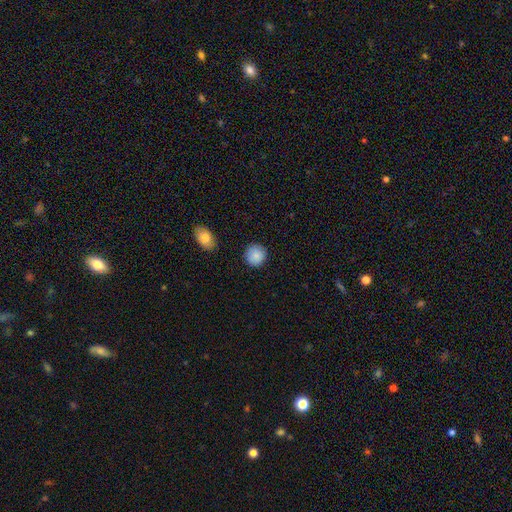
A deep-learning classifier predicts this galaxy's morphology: Smooth or featured?
  - smooth: 89% *
  - star or artifact: 7%
  - featured or disk: 4%
How rounded?
  - round: 91% *
  - in between: 8%
  - cigar-shaped: 1%
Merging?
  - none: 89% *
  - minor disturbance: 7%
  - major disturbance: 2%
  - merger: 2%